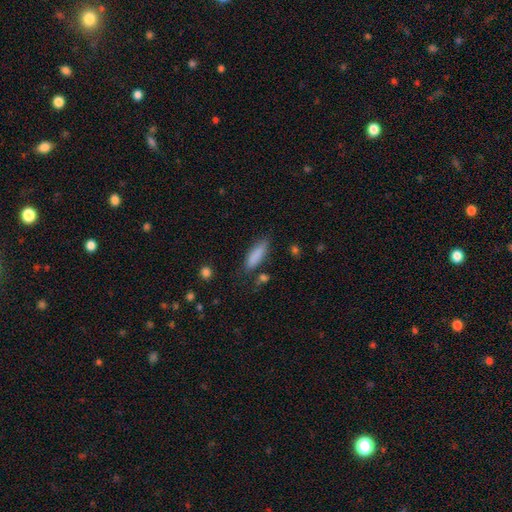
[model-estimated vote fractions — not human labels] Smooth or featured?
  - smooth: 85% *
  - featured or disk: 8%
  - star or artifact: 7%
How rounded?
  - in between: 49% * (tied)
  - cigar-shaped: 49% * (tied)
  - round: 2%
Merging?
  - none: 73% *
  - minor disturbance: 18%
  - major disturbance: 5%
  - merger: 4%